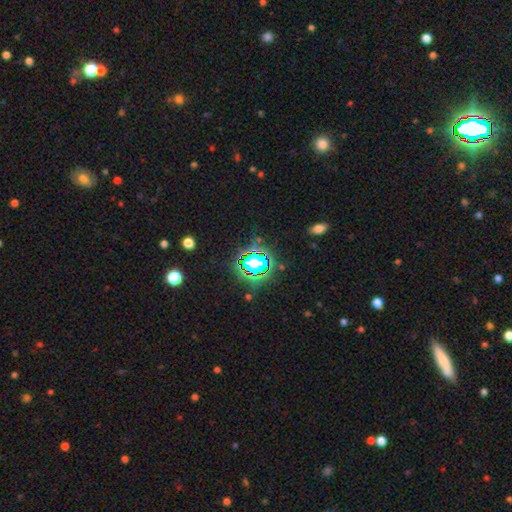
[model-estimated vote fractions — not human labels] smooth-or-featured: star or artifact: 76% | smooth: 15% | featured or disk: 8%